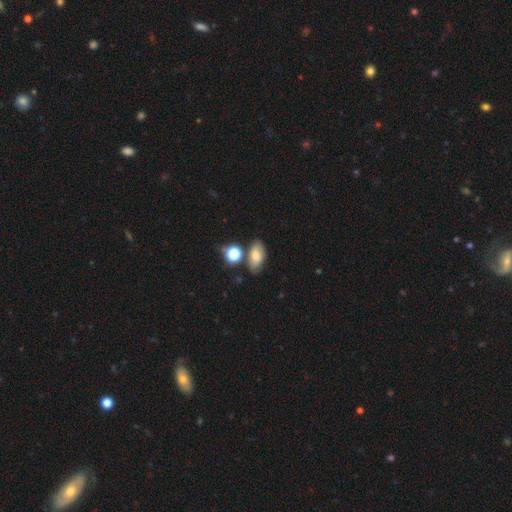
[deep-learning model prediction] Smooth or featured: smooth — 70% (featured or disk — 19%)
How rounded: in between — 88% (round — 8%)
Merging: none — 65% (minor disturbance — 18%)